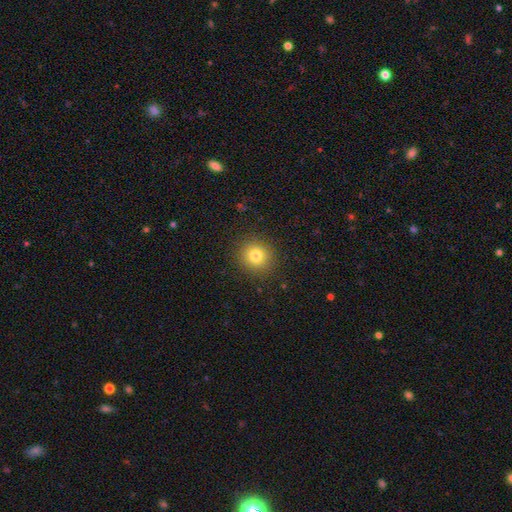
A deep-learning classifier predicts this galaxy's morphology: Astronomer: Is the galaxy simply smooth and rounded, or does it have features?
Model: smooth — 79%.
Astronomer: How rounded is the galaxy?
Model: round — 92%.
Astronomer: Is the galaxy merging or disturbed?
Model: none — 90%.